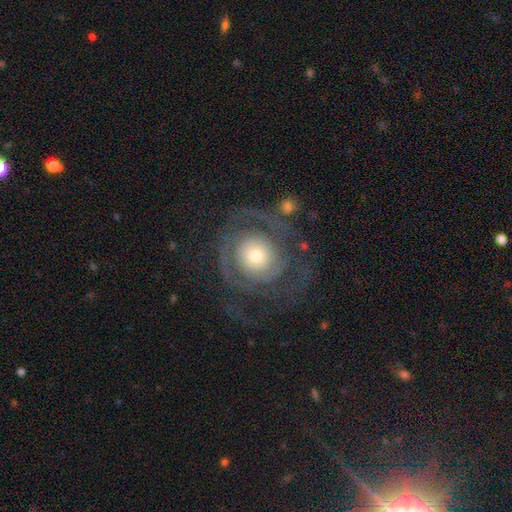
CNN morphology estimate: The model was most divided on "bulge size": moderate: 45%, small: 40%, large: 11%, dominant: 3%, none: 1%. Remaining: edge-on disk — no (97%); bar — no (83%); spiral arms — yes (82%); smooth or featured — featured or disk (76%); merging — none (60%); spiral winding — tight (58%); spiral arm count — 2 (38%).